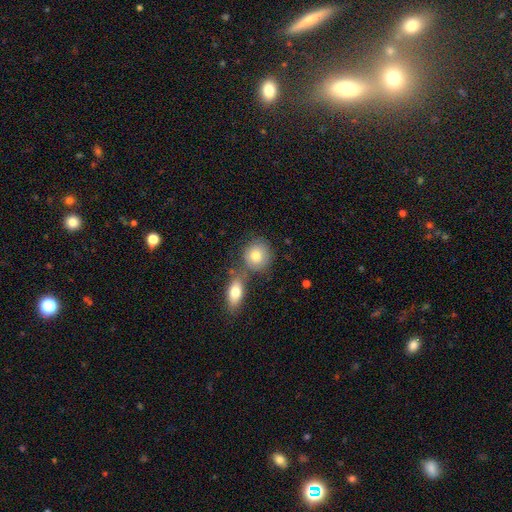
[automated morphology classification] type=smooth (79%); roundness=round (80%); merging=none (58%).